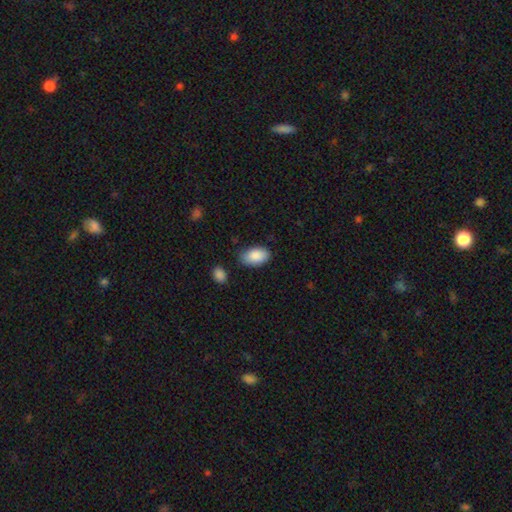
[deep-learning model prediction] smooth_or_featured: smooth (p=0.89) [alt: star or artifact p=0.06]
how_rounded: in between (p=0.94) [alt: round p=0.05]
merging: none (p=0.79) [alt: minor disturbance p=0.15]